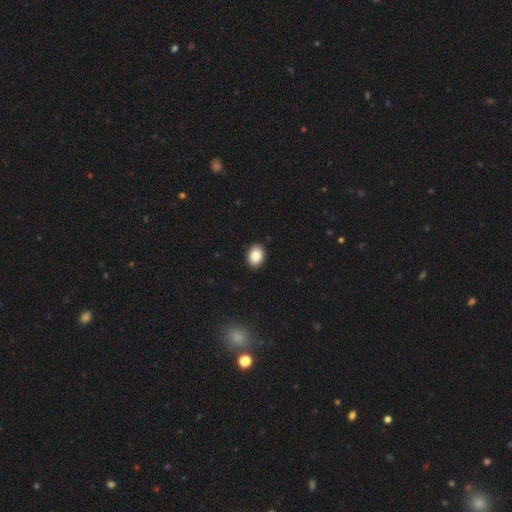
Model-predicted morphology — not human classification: Q: Smooth or featured?
A: smooth (88%); runner-up: star or artifact (8%)
Q: How rounded?
A: in between (76%); runner-up: round (23%)
Q: Merging?
A: none (90%); runner-up: minor disturbance (7%)